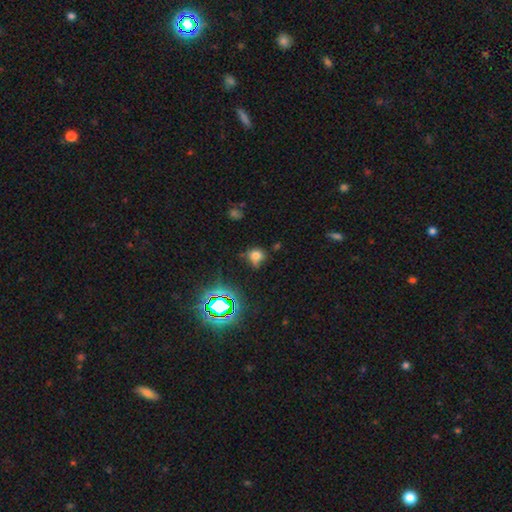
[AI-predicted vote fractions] Overall: smooth (65%). How rounded: round (72%). Merging: none (56%; minor disturbance 27%).